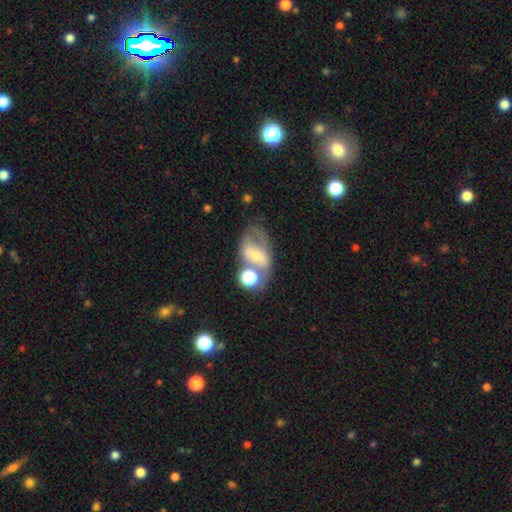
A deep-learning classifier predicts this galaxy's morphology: smooth_or_featured: featured or disk (p=0.49) [alt: smooth p=0.39]
merging: none (p=0.34) [alt: merger p=0.28]